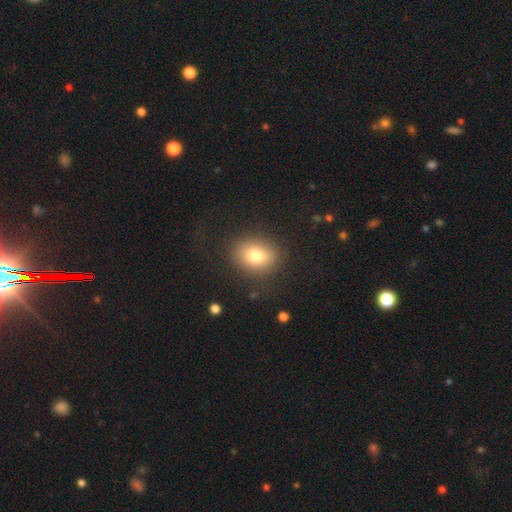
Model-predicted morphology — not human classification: This is likely a smooth galaxy (77%). How rounded: possibly round (52%). Merging: clearly none (84%).